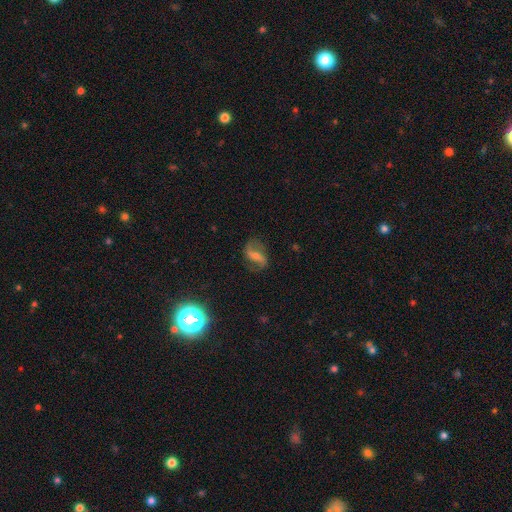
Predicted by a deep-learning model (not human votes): Morphology: type=featured or disk (73%); edge-on=no (95%); bar=strong (41%); spiral arms=yes (91%); winding=loose (63%); arm count=2 (90%); bulge=small (47%); merging=none (75%).